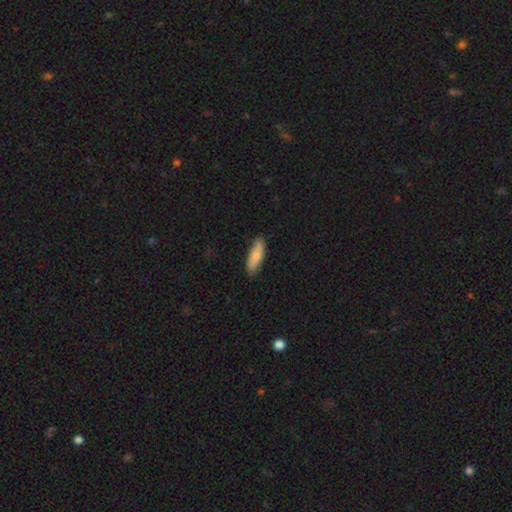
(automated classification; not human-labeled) smooth 85%, featured or disk 10%, star or artifact 5%. Down the decision tree: how rounded — cigar-shaped (57%); merging — none (86%).